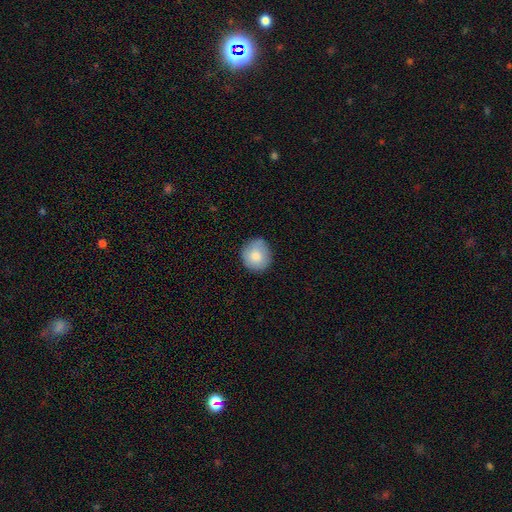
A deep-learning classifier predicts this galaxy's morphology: Smooth or featured? Predicted: smooth (p=0.82). How rounded? Predicted: round (p=0.86). Merging? Predicted: none (p=0.81).